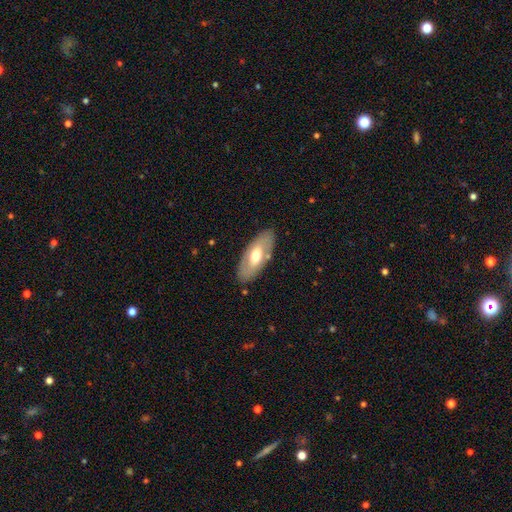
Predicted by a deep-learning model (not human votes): Overall: smooth (50%; featured or disk 45%). Merging: none (82%).